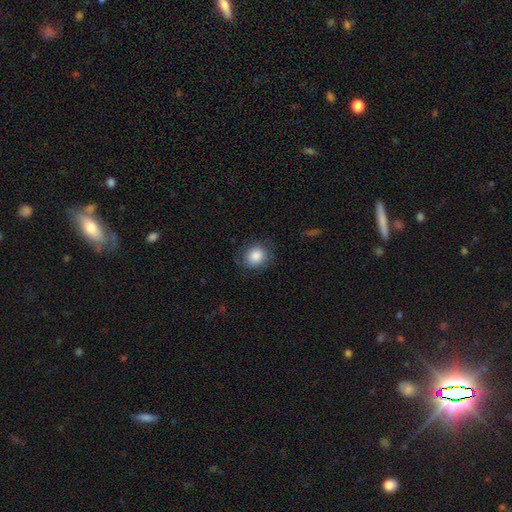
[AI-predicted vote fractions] Smooth or featured: smooth — 86% (star or artifact — 8%)
How rounded: round — 66% (in between — 33%)
Merging: none — 77% (minor disturbance — 16%)